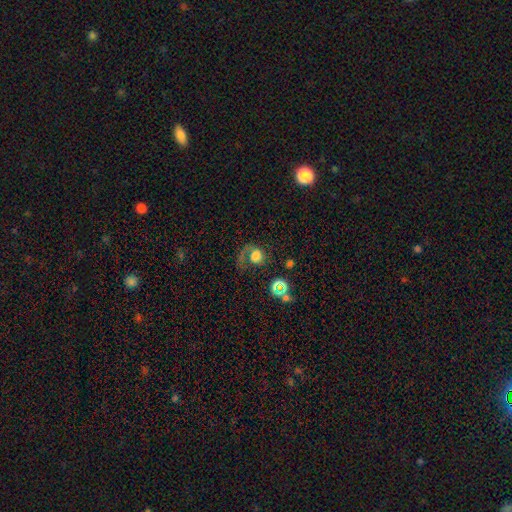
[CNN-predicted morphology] Smooth or featured? smooth (52%)
How rounded? round (61%)
Merging? major disturbance (42%)